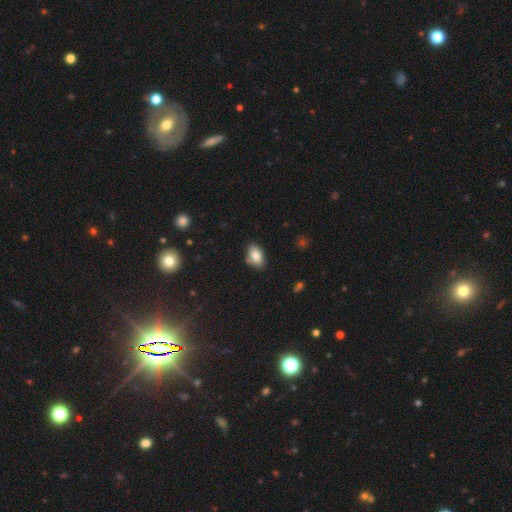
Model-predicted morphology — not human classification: smooth_or_featured: smooth (p=0.81) [alt: featured or disk p=0.10]
how_rounded: in between (p=0.91) [alt: round p=0.07]
merging: none (p=0.77) [alt: minor disturbance p=0.15]